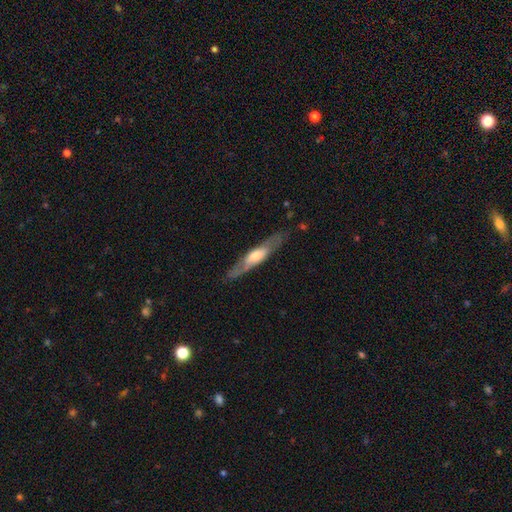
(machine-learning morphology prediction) This appears to be a featured or disk galaxy (59%) viewed edge-on (64%). Merging: none (79%).